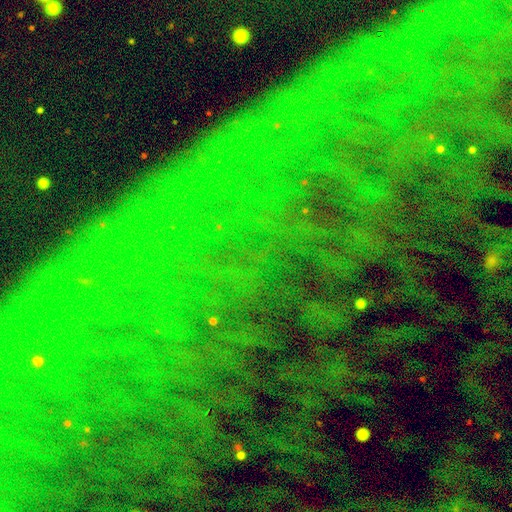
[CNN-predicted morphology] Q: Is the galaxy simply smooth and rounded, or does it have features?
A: star or artifact — 84%.